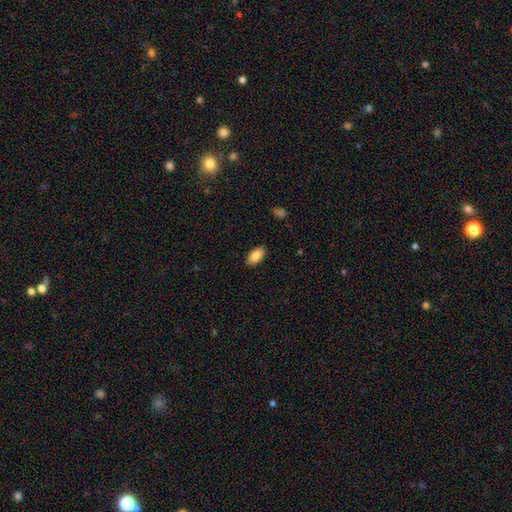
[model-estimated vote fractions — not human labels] smooth-or-featured: smooth: 85% | featured or disk: 8% | star or artifact: 7%
  how-rounded: in between: 93% | round: 3% | cigar-shaped: 3%
  merging: none: 88% | minor disturbance: 9% | major disturbance: 2% | merger: 1%